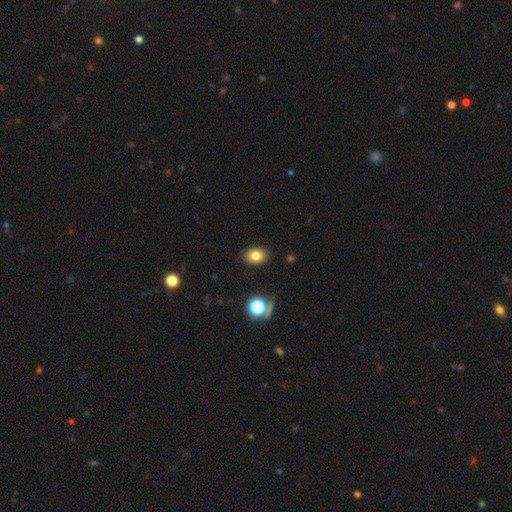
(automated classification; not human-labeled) Morphology: type=smooth (80%); roundness=in between (73%); merging=none (88%).